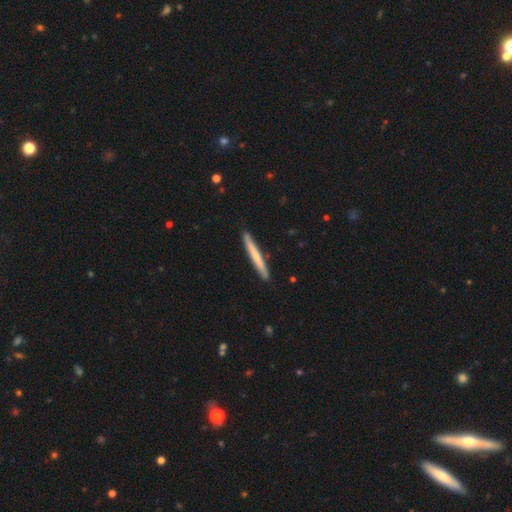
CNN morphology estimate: A smooth galaxy with no disk features (61%) that is cigar-shaped (97%). Merging: none (90%).